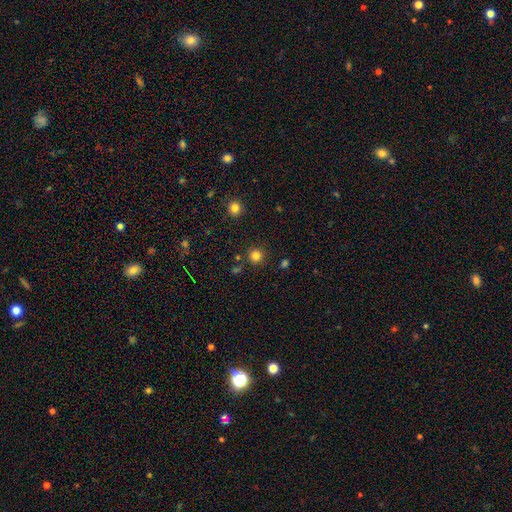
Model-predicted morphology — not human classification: A smooth galaxy with no disk features (80%) that is round (95%). Merging: none (88%).